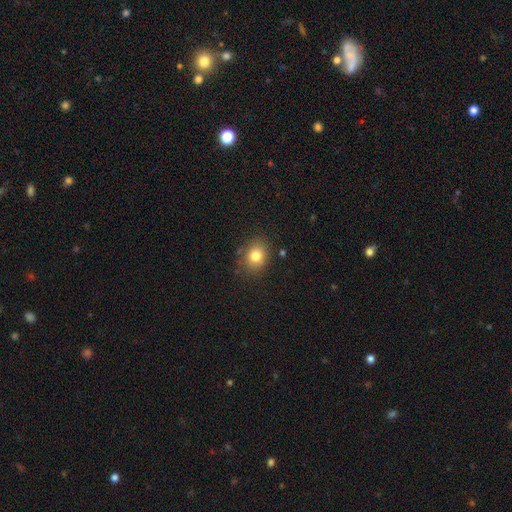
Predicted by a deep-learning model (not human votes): Smooth or featured? smooth (81%)
How rounded? round (54%)
Merging? none (81%)